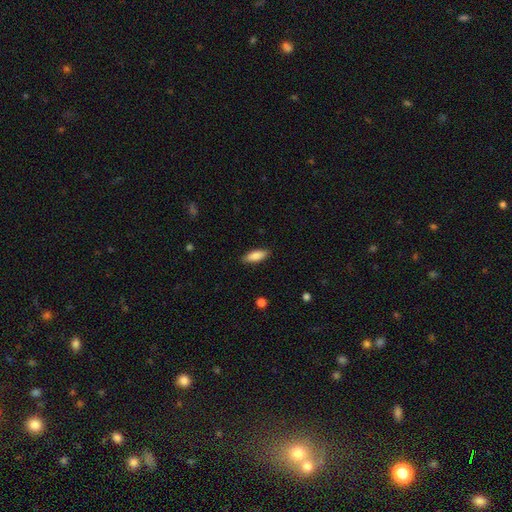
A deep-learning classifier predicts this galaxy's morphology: Smooth or featured? Predicted: smooth (p=0.83). How rounded? Predicted: in between (p=0.65). Merging? Predicted: none (p=0.88).